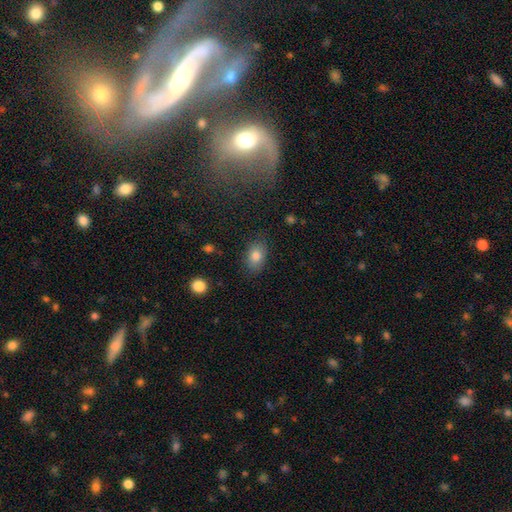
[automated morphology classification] Smooth or featured? Predicted: smooth (p=0.82). How rounded? Predicted: in between (p=0.84). Merging? Predicted: none (p=0.82).